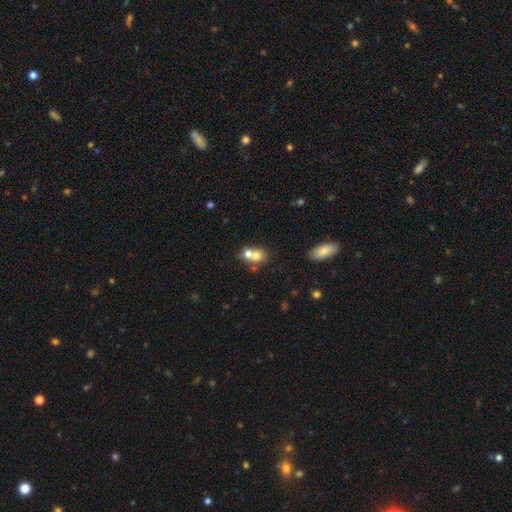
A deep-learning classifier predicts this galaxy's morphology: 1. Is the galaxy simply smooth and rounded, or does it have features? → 68% smooth, 21% featured or disk, 12% star or artifact.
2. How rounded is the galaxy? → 62% round, 36% in between, 1% cigar-shaped.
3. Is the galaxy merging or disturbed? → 62% merger, 28% none, 6% minor disturbance, 3% major disturbance.